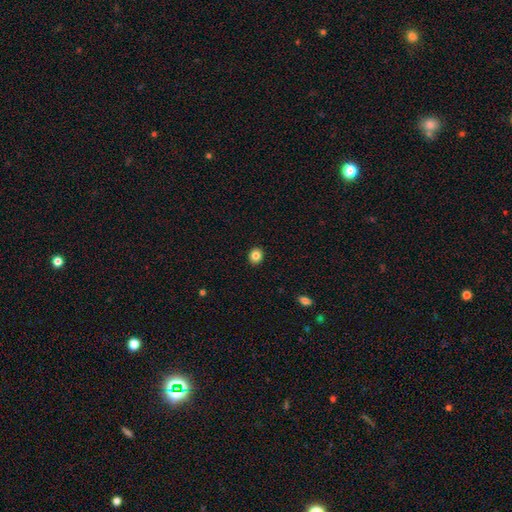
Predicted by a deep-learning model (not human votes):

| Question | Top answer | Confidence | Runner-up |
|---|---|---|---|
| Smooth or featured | smooth | 84% | star or artifact (10%) |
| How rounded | round | 76% | in between (23%) |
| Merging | none | 92% | minor disturbance (5%) |